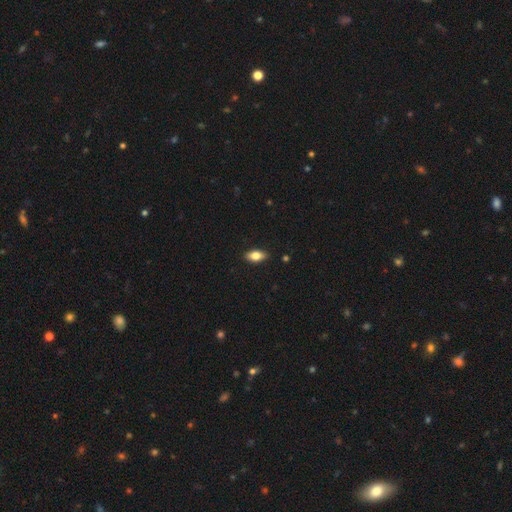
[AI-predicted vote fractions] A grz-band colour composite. It shows a smooth galaxy with no disk features (75%) that is in between round and cigar-shaped (87%). Merging: none (87%).